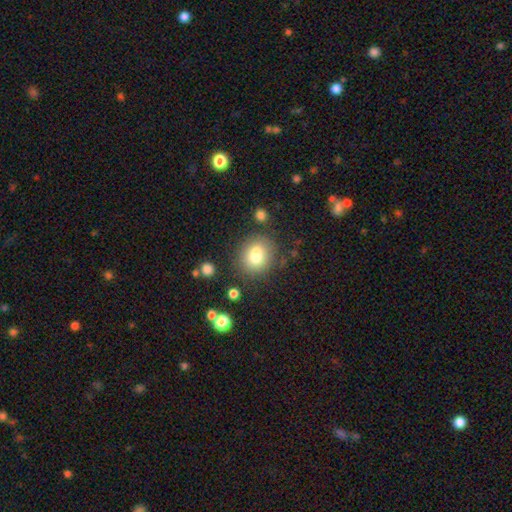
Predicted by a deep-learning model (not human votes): A smooth galaxy with no disk features (75%) that is round (69%). Merging: none (61%).